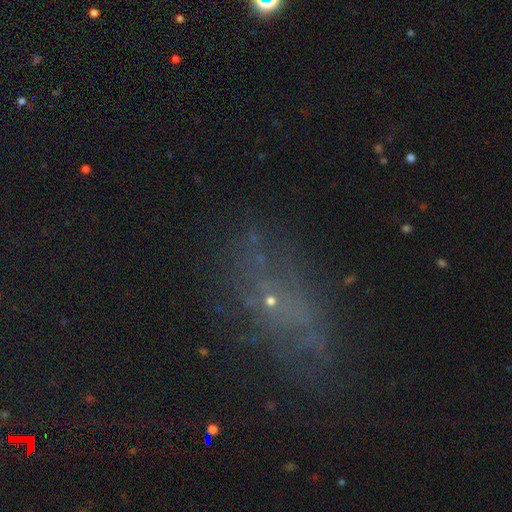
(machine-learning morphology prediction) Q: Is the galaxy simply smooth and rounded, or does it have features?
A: featured or disk — 35%.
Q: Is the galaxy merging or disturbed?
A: none — 60%.